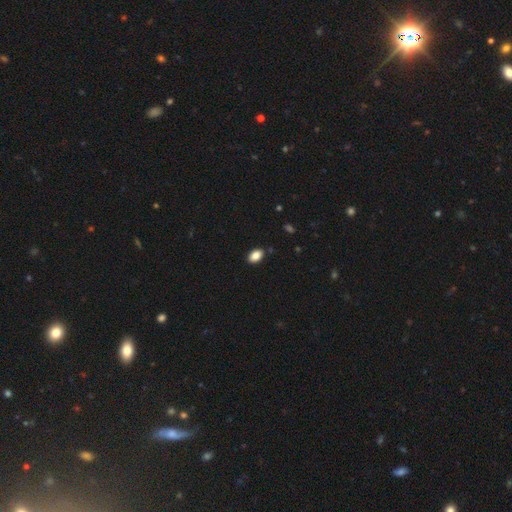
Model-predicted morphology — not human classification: smooth 87%, star or artifact 8%, featured or disk 5%. Down the decision tree: how rounded — in between (89%); merging — none (87%).